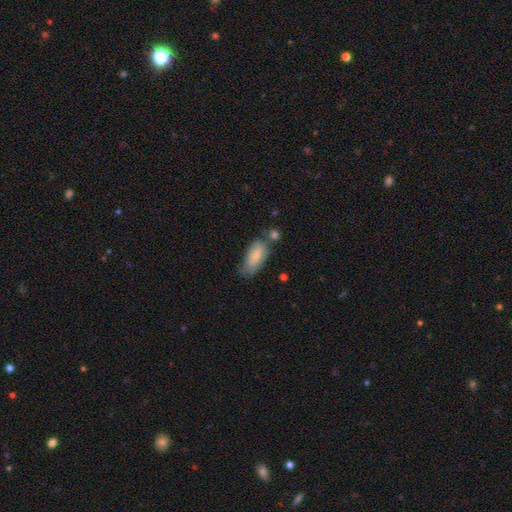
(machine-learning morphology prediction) smooth-or-featured: smooth: 82% | featured or disk: 12% | star or artifact: 6%
  how-rounded: in between: 84% | cigar-shaped: 14% | round: 2%
  merging: none: 50% | minor disturbance: 31% | merger: 10% | major disturbance: 9%